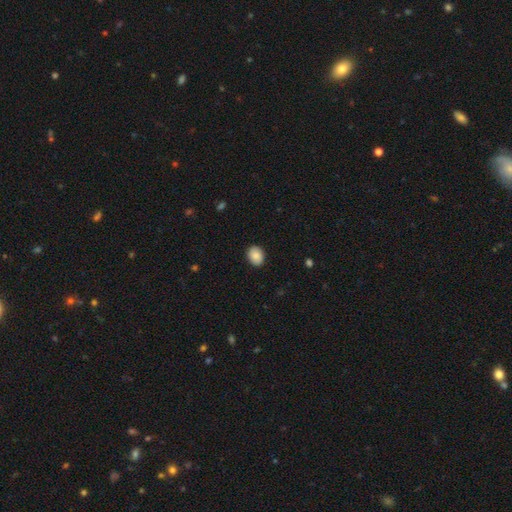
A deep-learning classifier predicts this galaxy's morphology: A smooth galaxy with no disk features (85%) that is in between round and cigar-shaped (57%). Merging: none (89%).